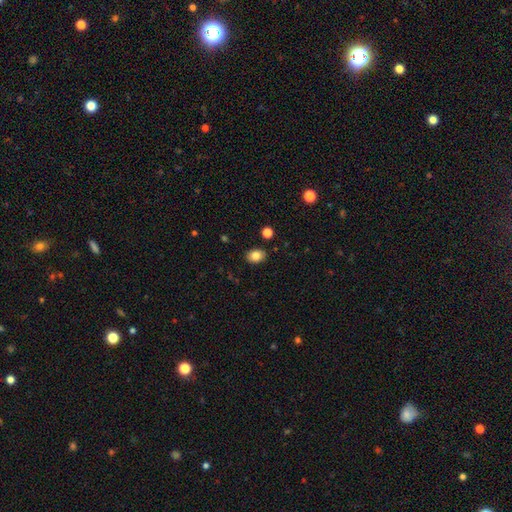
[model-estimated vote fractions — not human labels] Smooth or featured?
  - smooth: 83% *
  - star or artifact: 9%
  - featured or disk: 8%
How rounded?
  - in between: 71% *
  - round: 28%
  - cigar-shaped: 1%
Merging?
  - none: 87% *
  - minor disturbance: 9%
  - major disturbance: 2%
  - merger: 2%